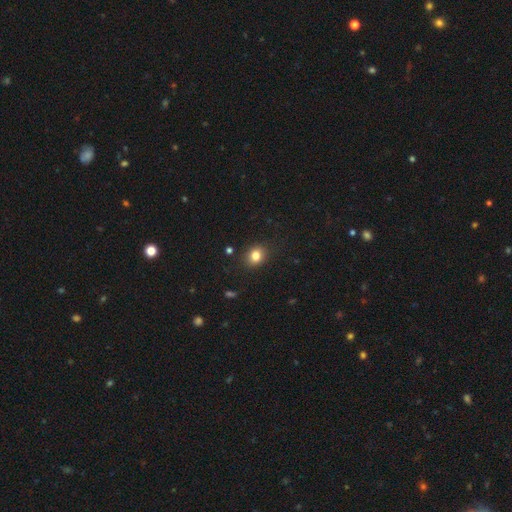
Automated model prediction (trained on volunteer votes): A smooth galaxy with no disk features (82%) that is round (60%).

Vote fractions:
- Smooth or featured? smooth: 82% / star or artifact: 12% / featured or disk: 7%
- How rounded? round: 60% / in between: 39% / cigar-shaped: 1%
- Merging? none: 86% / minor disturbance: 10% / major disturbance: 3% / merger: 1%